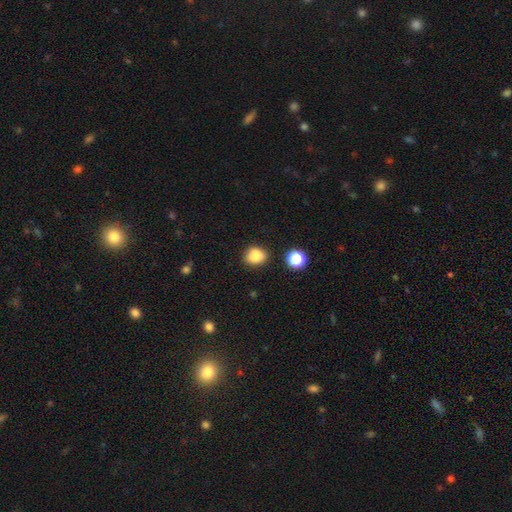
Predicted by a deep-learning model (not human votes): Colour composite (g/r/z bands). It shows a smooth galaxy with no disk features (84%) that is round (54%). Merging: none (75%).